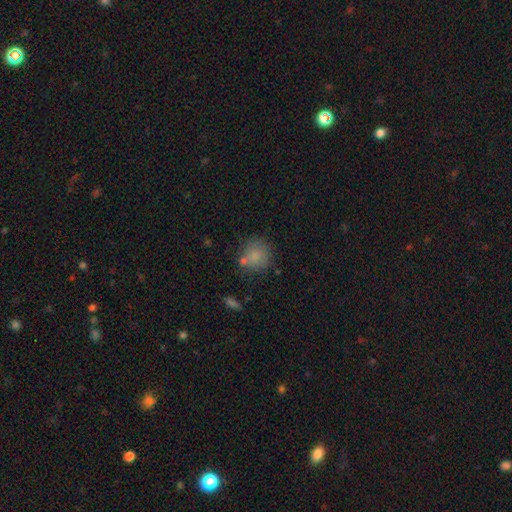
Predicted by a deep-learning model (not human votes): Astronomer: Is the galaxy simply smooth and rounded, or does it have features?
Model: smooth — 78%.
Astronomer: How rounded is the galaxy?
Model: round — 80%.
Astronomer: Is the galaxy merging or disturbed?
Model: none — 61%.